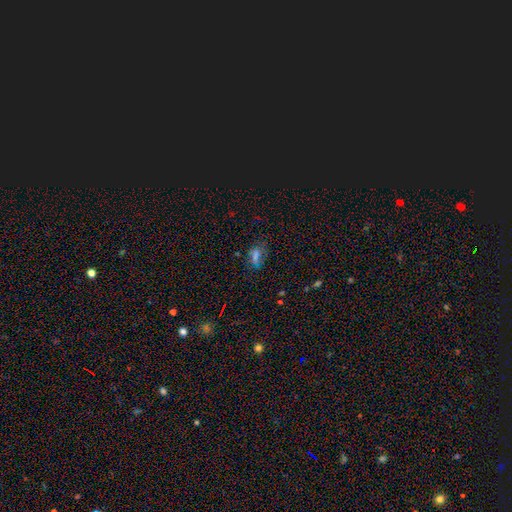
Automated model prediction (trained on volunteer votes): This appears to be a smooth galaxy with no disk features (43%). Merging: none (65%).